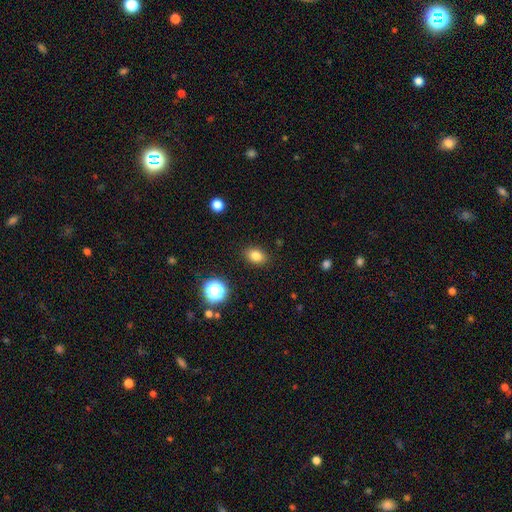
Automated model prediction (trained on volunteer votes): A smooth galaxy with no disk features (81%) that is in between round and cigar-shaped (72%). Merging: none (88%).